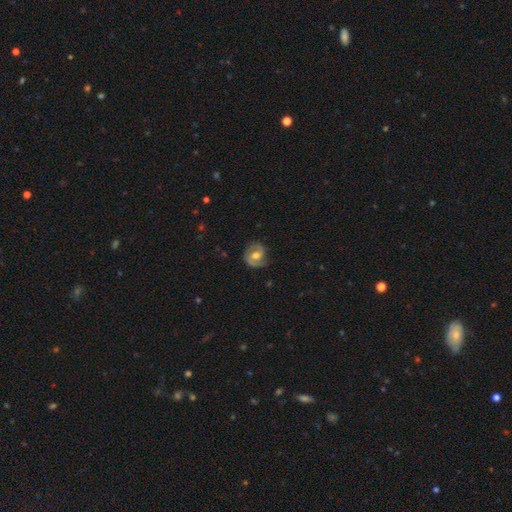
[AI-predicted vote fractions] Overall: featured or disk (73%). Edge-on disk: no (97%). Bar: weak (44%; no 41%). Spiral arms: yes (91%). Spiral arm count: 2 (86%). Spiral winding: medium (49%; tight 31%). Bulge size: moderate (73%). Merging: none (77%).